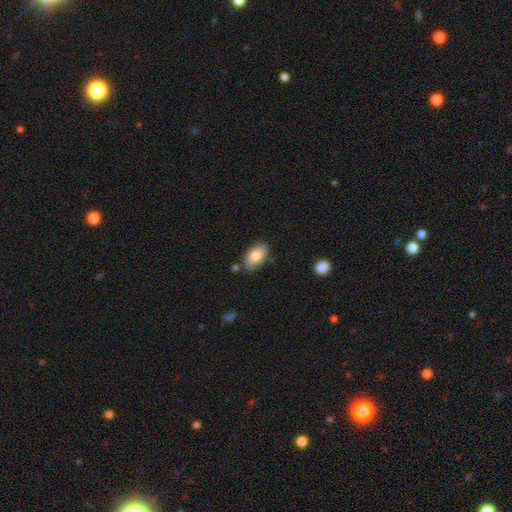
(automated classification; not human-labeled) Smooth or featured?
  - smooth: 81% *
  - featured or disk: 12%
  - star or artifact: 6%
How rounded?
  - in between: 93% *
  - round: 5%
  - cigar-shaped: 2%
Merging?
  - none: 80% *
  - minor disturbance: 14%
  - merger: 3%
  - major disturbance: 3%